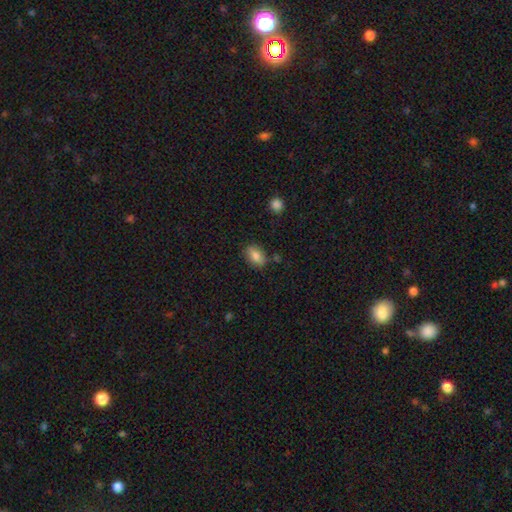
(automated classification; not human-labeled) Morphology: type=smooth (82%); roundness=in between (84%); merging=none (81%).